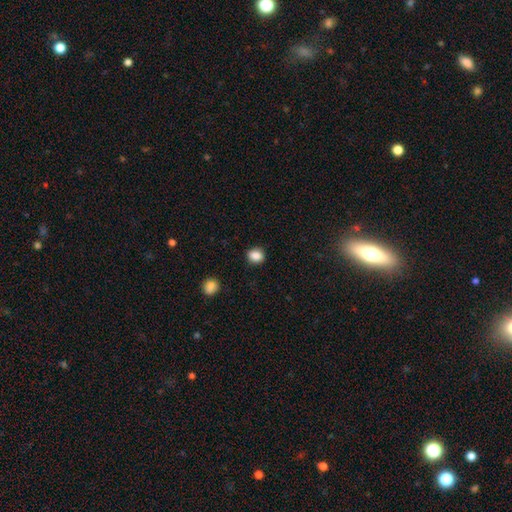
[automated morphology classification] Smooth or featured? smooth (87%)
How rounded? round (61%)
Merging? none (87%)